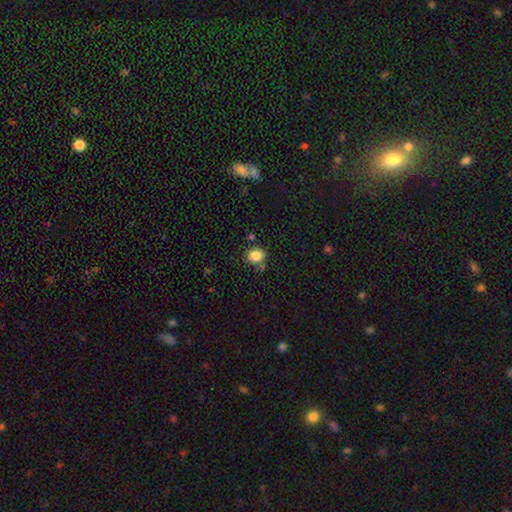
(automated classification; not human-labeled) Smooth or featured?
  - smooth: 85% *
  - star or artifact: 10%
  - featured or disk: 5%
How rounded?
  - round: 67% *
  - in between: 32%
  - cigar-shaped: 1%
Merging?
  - none: 77% *
  - minor disturbance: 13%
  - merger: 7%
  - major disturbance: 4%